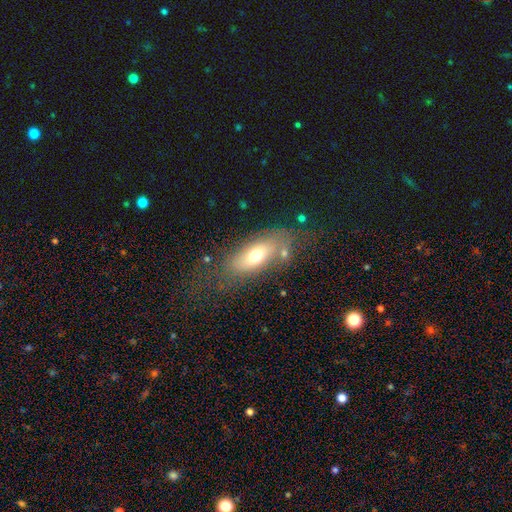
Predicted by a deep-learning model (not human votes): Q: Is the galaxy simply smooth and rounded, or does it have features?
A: smooth — 64%.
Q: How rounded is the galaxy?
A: in between — 80%.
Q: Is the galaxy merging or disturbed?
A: none — 64%.